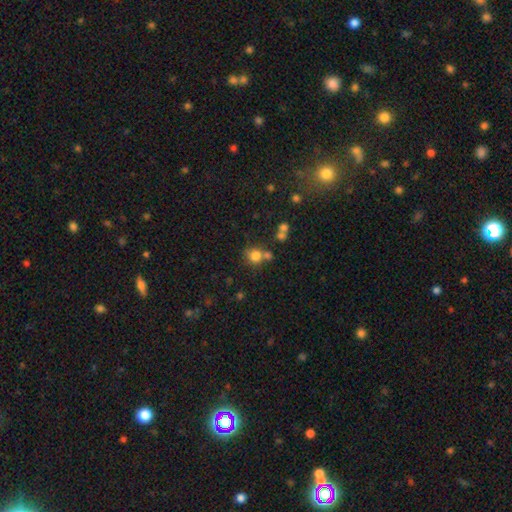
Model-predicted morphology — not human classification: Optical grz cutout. It shows a smooth galaxy with no disk features (77%) that is round (84%). Merging: none (58%).